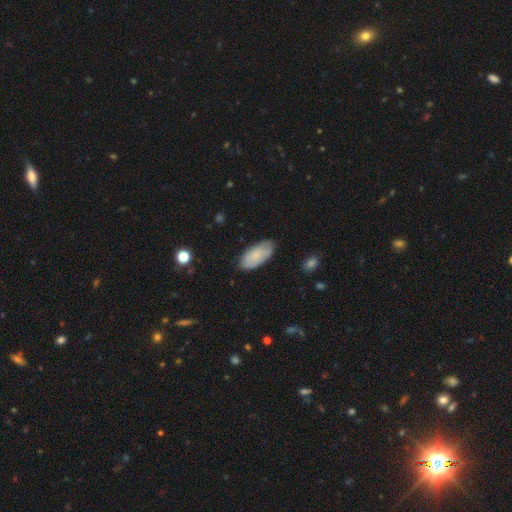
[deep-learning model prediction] Smooth or featured?
  - smooth: 74% *
  - featured or disk: 20%
  - star or artifact: 6%
How rounded?
  - in between: 94% *
  - cigar-shaped: 4%
  - round: 2%
Merging?
  - none: 78% *
  - minor disturbance: 17%
  - major disturbance: 3%
  - merger: 1%